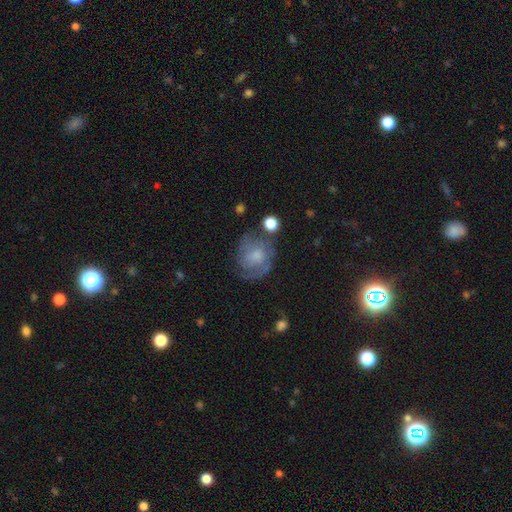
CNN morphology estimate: A featured or disk galaxy (58%) with no bar (68%), spiral arms (82%) and a moderate central bulge (36%).

Vote fractions:
- Smooth or featured? featured or disk: 58% / smooth: 34% / star or artifact: 8%
- Edge-on disk? no: 97% / yes: 3%
- Bar? no: 68% / weak: 28% / strong: 4%
- Spiral arms? yes: 82% / no: 18%
- Bulge size? moderate: 36% / small: 29% / none: 20% / large: 12% / dominant: 2%
- Merging? none: 58% / minor disturbance: 22% / major disturbance: 15% / merger: 5%